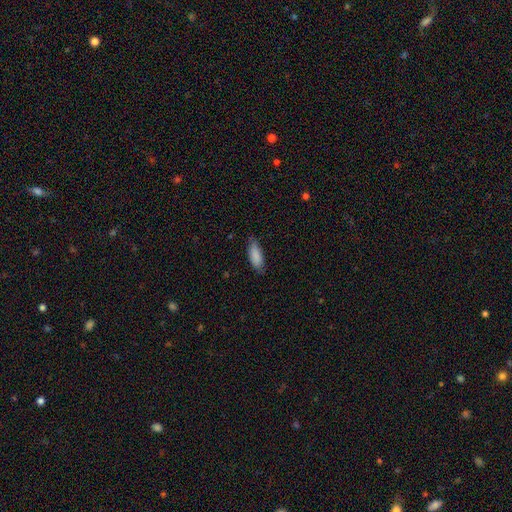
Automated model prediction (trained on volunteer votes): smooth 88%, featured or disk 6%, star or artifact 6%. Down the decision tree: how rounded — in between (73%); merging — none (75%).